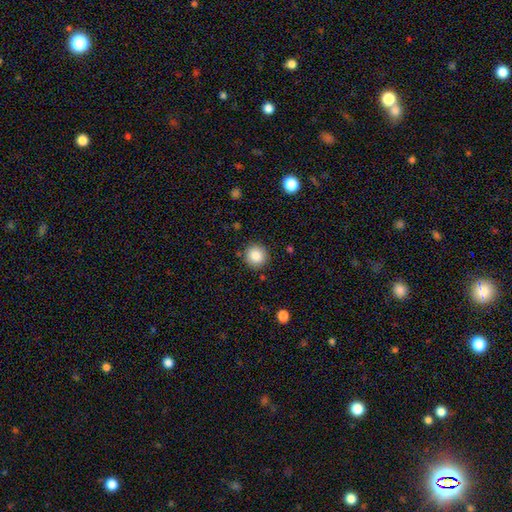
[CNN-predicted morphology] Smooth or featured?
  - smooth: 85% *
  - star or artifact: 9%
  - featured or disk: 6%
How rounded?
  - round: 94% *
  - in between: 6%
  - cigar-shaped: 1%
Merging?
  - none: 89% *
  - minor disturbance: 7%
  - major disturbance: 2%
  - merger: 2%